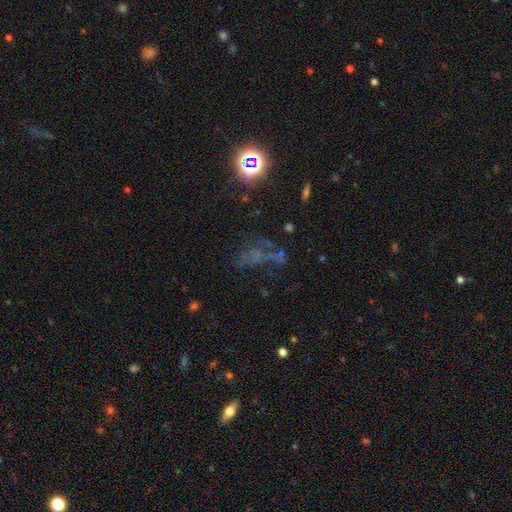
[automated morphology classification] type=star or artifact (46%).